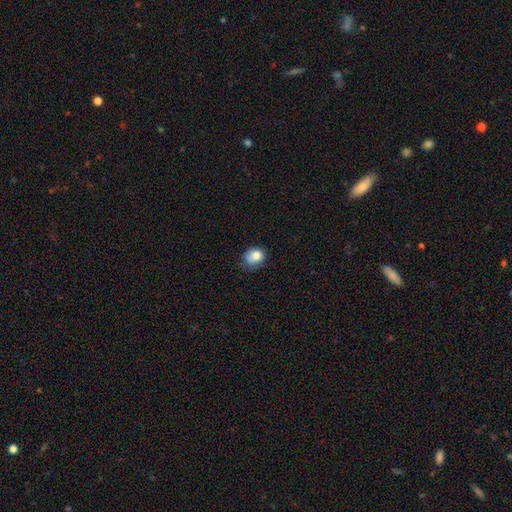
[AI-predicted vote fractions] smooth_or_featured: smooth (p=0.79) [alt: featured or disk p=0.11]
how_rounded: round (p=0.57) [alt: in between p=0.42]
merging: none (p=0.51) [alt: minor disturbance p=0.33]